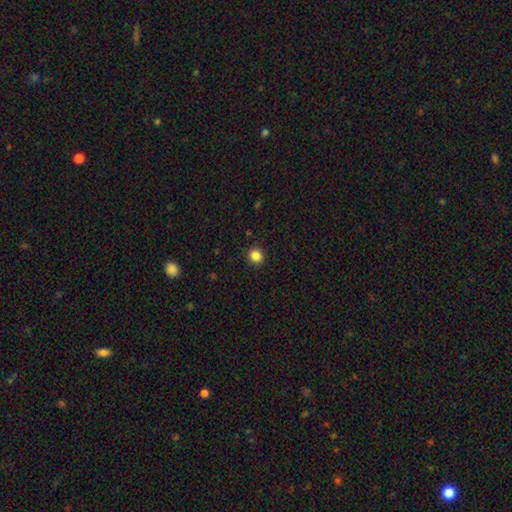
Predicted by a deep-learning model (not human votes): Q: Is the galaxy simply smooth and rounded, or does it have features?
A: smooth — 86%.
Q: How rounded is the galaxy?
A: round — 80%.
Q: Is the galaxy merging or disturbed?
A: none — 91%.